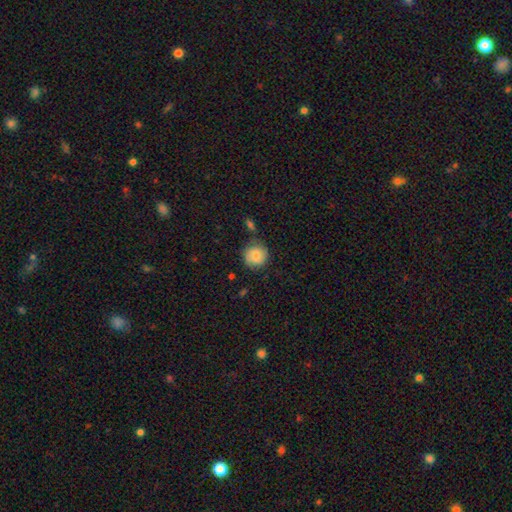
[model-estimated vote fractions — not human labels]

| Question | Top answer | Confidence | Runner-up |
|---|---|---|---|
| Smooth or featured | smooth | 73% | featured or disk (19%) |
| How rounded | round | 90% | in between (9%) |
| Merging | none | 74% | minor disturbance (16%) |